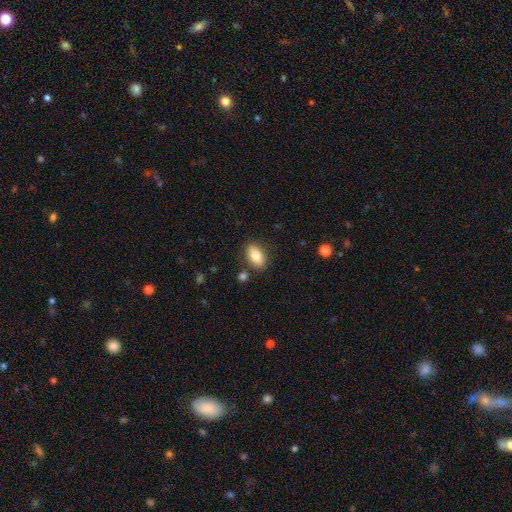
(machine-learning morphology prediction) A smooth galaxy with no disk features (80%) that is in between round and cigar-shaped (89%).

Vote fractions:
- Smooth or featured? smooth: 80% / featured or disk: 13% / star or artifact: 7%
- How rounded? in between: 89% / round: 7% / cigar-shaped: 4%
- Merging? none: 83% / minor disturbance: 10% / merger: 4% / major disturbance: 3%